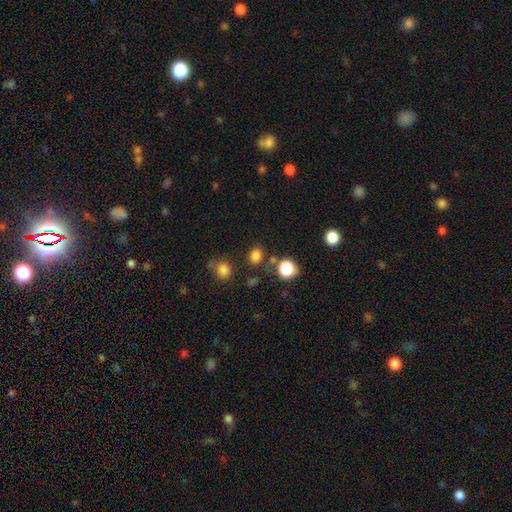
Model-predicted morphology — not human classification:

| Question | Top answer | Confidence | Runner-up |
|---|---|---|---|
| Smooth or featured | smooth | 79% | star or artifact (16%) |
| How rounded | round | 57% | in between (42%) |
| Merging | none | 77% | minor disturbance (11%) |